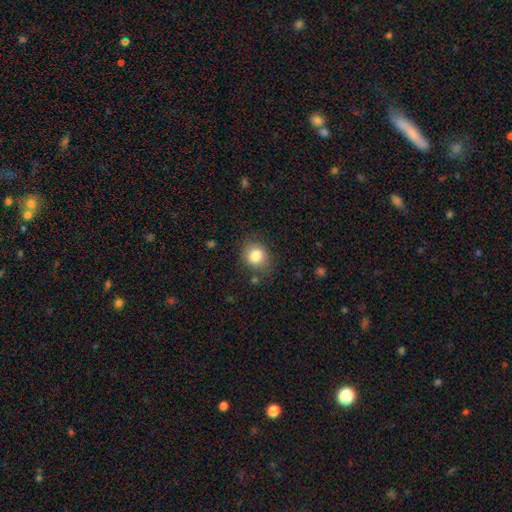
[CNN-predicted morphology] type=smooth (83%); roundness=round (63%); merging=none (78%).